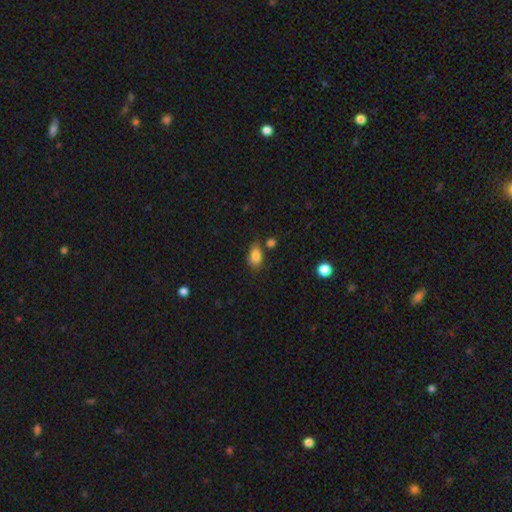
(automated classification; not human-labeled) Morphology: type=smooth (83%); roundness=in between (83%); merging=none (62%).